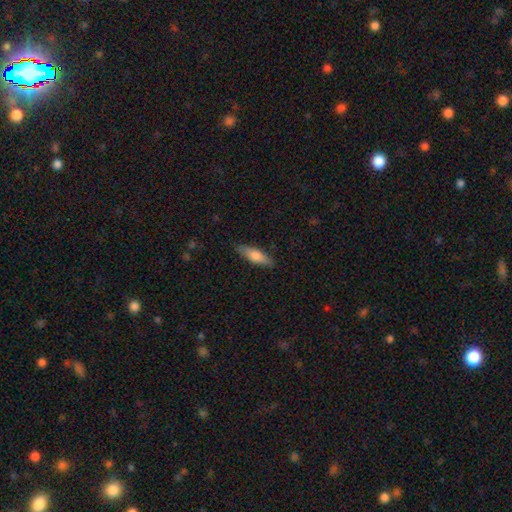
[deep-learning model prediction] Overall: smooth (70%). How rounded: cigar-shaped (51%; in between 47%). Merging: none (86%).